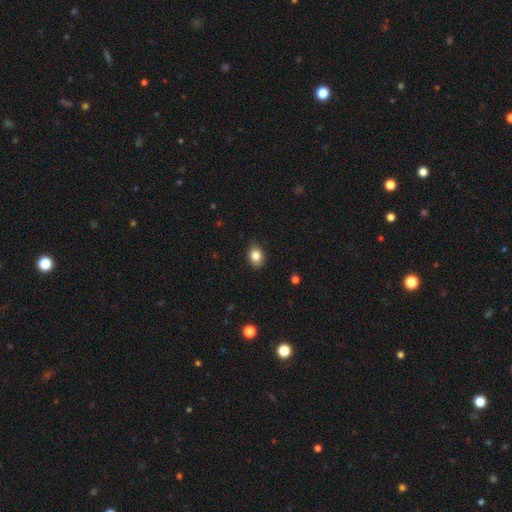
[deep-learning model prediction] A smooth galaxy with no disk features (84%) that is in between round and cigar-shaped (65%). Merging: none (87%).